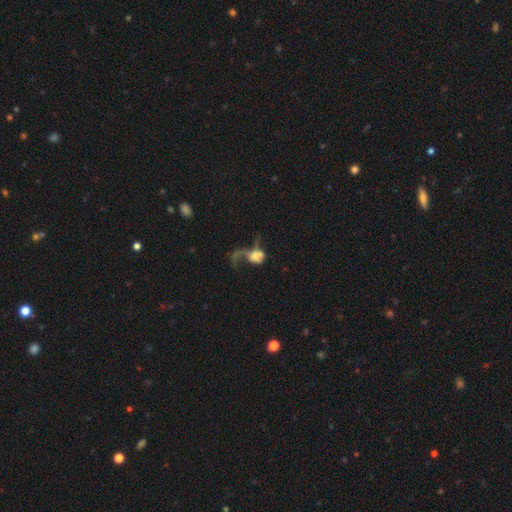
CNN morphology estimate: This appears to be a smooth galaxy with no disk features (47%). Merging: major disturbance (58%).